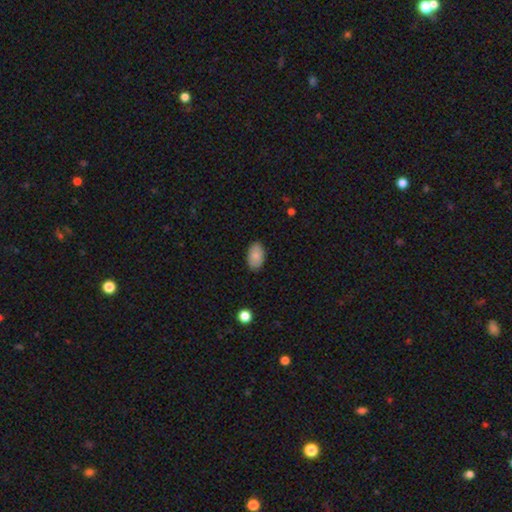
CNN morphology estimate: Smooth or featured? smooth (86%)
How rounded? in between (93%)
Merging? none (86%)